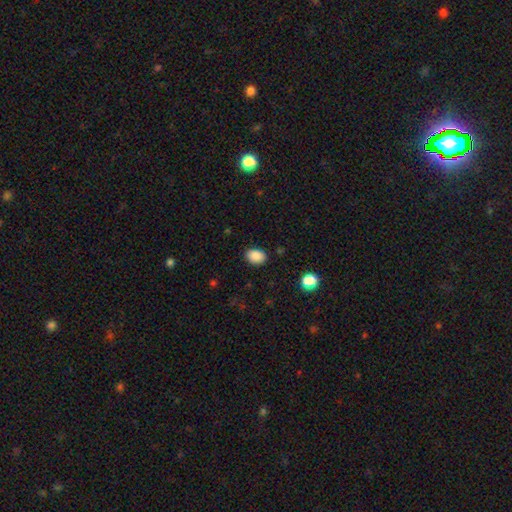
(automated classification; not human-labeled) Q: Smooth or featured?
A: smooth (88%); runner-up: star or artifact (9%)
Q: How rounded?
A: in between (73%); runner-up: round (26%)
Q: Merging?
A: none (86%); runner-up: minor disturbance (10%)